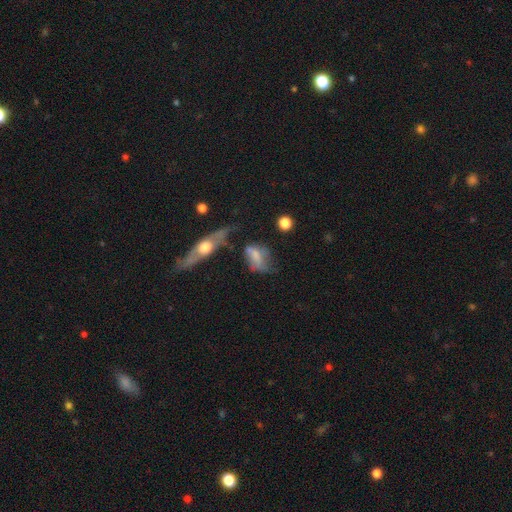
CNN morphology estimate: Smooth or featured?
  - smooth: 55% *
  - featured or disk: 34%
  - star or artifact: 11%
How rounded?
  - in between: 75% *
  - round: 16%
  - cigar-shaped: 9%
Merging?
  - none: 33% *
  - minor disturbance: 29%
  - major disturbance: 26%
  - merger: 13%